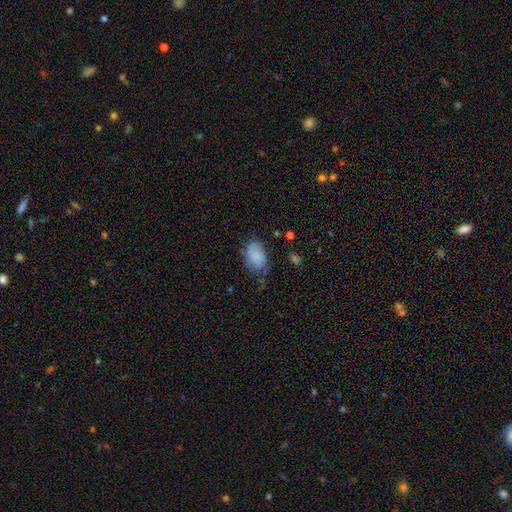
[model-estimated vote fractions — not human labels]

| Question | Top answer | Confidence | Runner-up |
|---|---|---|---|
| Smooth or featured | smooth | 75% | featured or disk (16%) |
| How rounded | in between | 85% | round (14%) |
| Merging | none | 42% | minor disturbance (37%) |